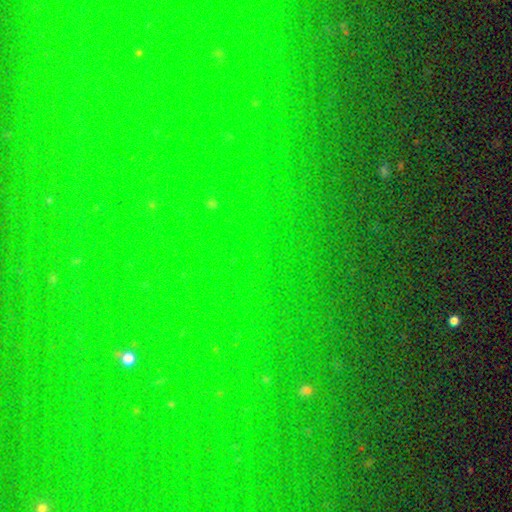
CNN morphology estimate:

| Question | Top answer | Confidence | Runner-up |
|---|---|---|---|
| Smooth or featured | star or artifact | 80% | smooth (12%) |